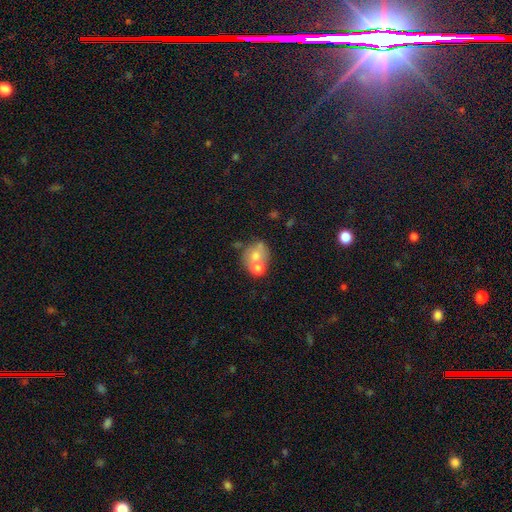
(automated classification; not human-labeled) A smooth galaxy with no disk features (59%) that is round (68%).

Vote fractions:
- Smooth or featured? smooth: 59% / featured or disk: 29% / star or artifact: 12%
- How rounded? round: 68% / in between: 31% / cigar-shaped: 1%
- Merging? merger: 44% / none: 37% / minor disturbance: 12% / major disturbance: 6%